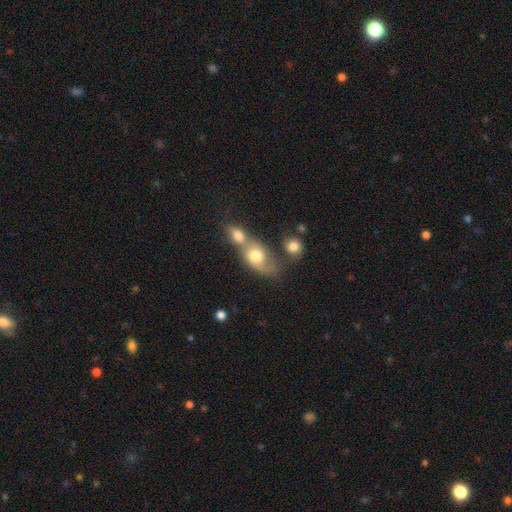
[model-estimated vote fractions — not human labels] Smooth or featured? smooth (68%)
How rounded? in between (68%)
Merging? merger (62%)